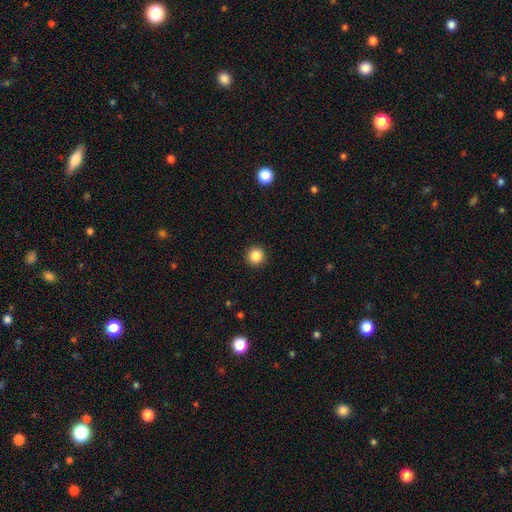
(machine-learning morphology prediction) This is clearly a smooth galaxy (86%). How rounded: clearly round (96%). Merging: clearly none (93%).